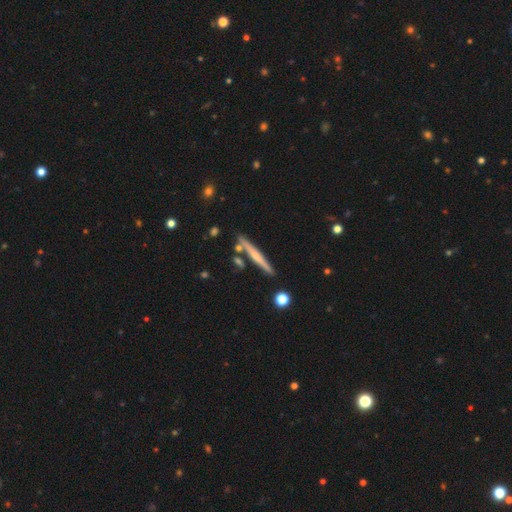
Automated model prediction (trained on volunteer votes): Smooth or featured: featured or disk — 51% (smooth — 42%)
Edge-on disk: yes — 97% (no — 3%)
Merging: none — 83% (minor disturbance — 9%)